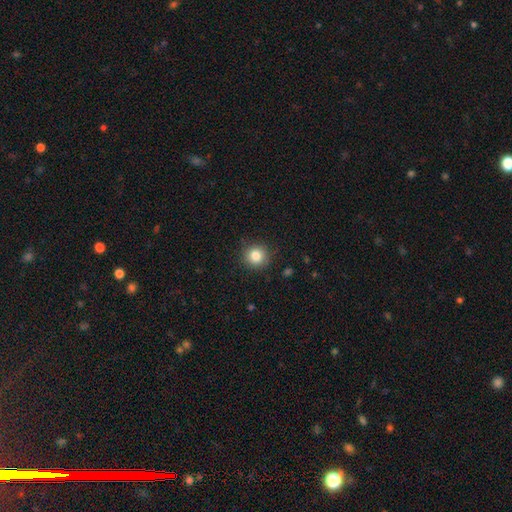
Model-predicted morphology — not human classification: smooth-or-featured: smooth: 84% | star or artifact: 11% | featured or disk: 6%
  how-rounded: round: 92% | in between: 8% | cigar-shaped: 1%
  merging: none: 88% | minor disturbance: 8% | major disturbance: 2% | merger: 1%